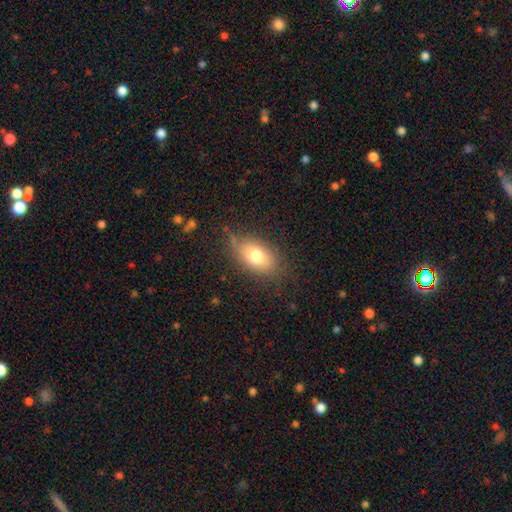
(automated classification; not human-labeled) Smooth or featured?
  - smooth: 73% *
  - featured or disk: 17%
  - star or artifact: 9%
How rounded?
  - in between: 85% *
  - round: 12%
  - cigar-shaped: 3%
Merging?
  - none: 76% *
  - minor disturbance: 17%
  - major disturbance: 5%
  - merger: 2%